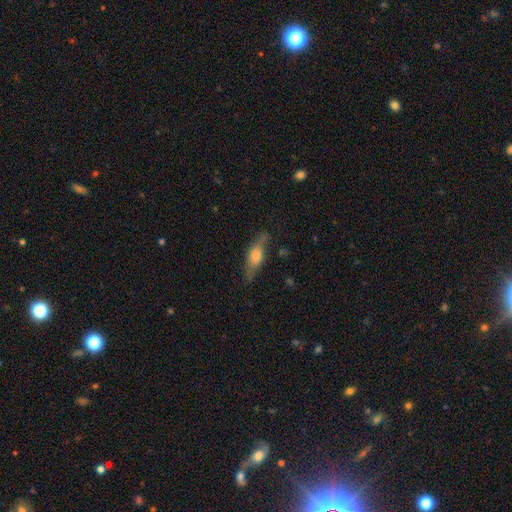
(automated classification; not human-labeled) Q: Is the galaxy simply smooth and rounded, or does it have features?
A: smooth — 50%.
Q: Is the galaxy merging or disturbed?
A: none — 74%.